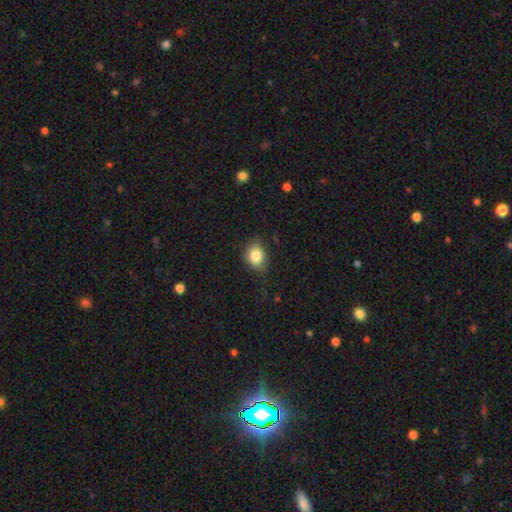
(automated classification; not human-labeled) smooth 83%, star or artifact 10%, featured or disk 7%. Down the decision tree: how rounded — round (53%); merging — none (68%).